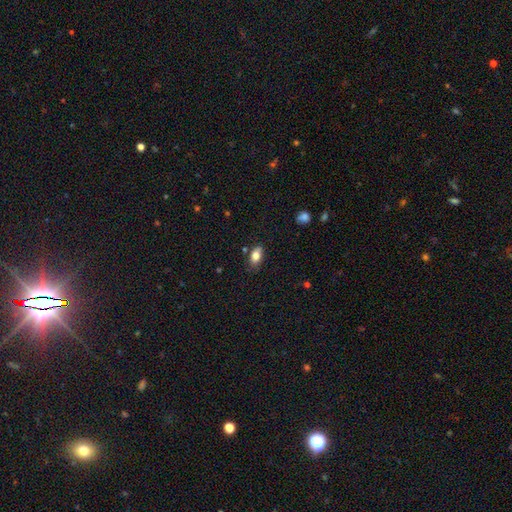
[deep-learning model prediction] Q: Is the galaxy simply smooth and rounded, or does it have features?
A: smooth — 81%.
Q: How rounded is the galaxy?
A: in between — 89%.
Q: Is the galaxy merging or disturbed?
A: none — 78%.